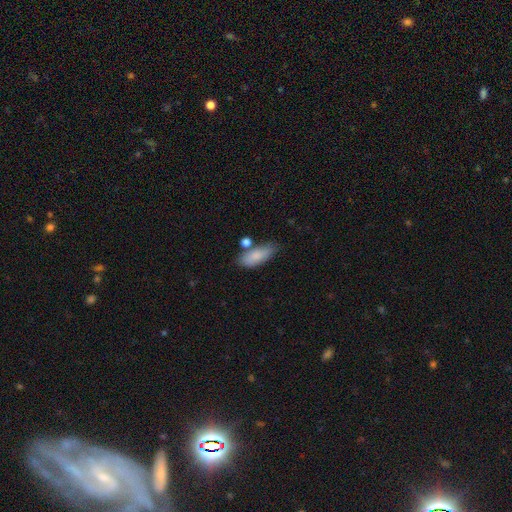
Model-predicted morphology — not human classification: A smooth galaxy with no disk features (83%) that is in between round and cigar-shaped (78%). Merging: none (62%).